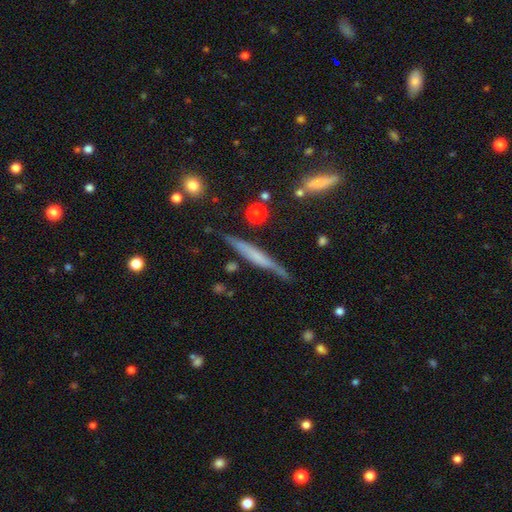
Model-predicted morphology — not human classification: Smooth or featured? featured or disk (56%)
Edge-on disk? yes (94%)
Edge-on bulge? none (53%)
Merging? none (77%)